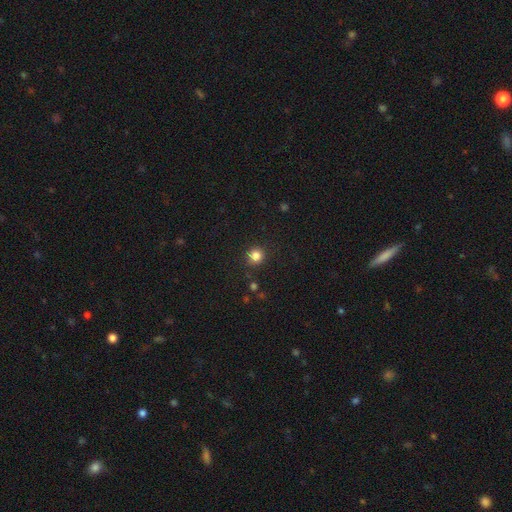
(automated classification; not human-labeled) Smooth or featured: smooth — 83% (star or artifact — 13%)
How rounded: round — 92% (in between — 7%)
Merging: none — 88% (minor disturbance — 8%)